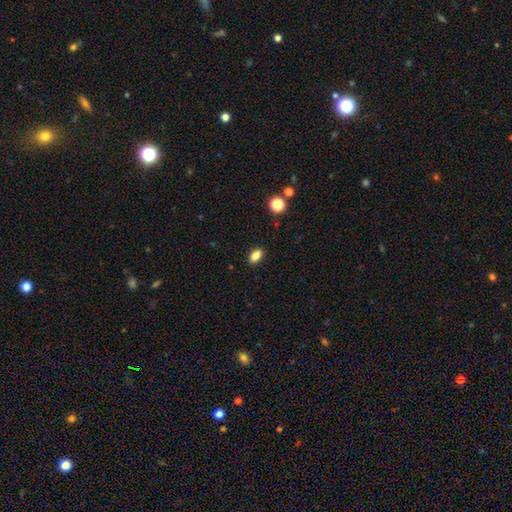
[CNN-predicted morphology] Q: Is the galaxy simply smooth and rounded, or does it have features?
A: smooth — 84%.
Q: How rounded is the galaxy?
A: in between — 86%.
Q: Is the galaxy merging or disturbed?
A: none — 89%.